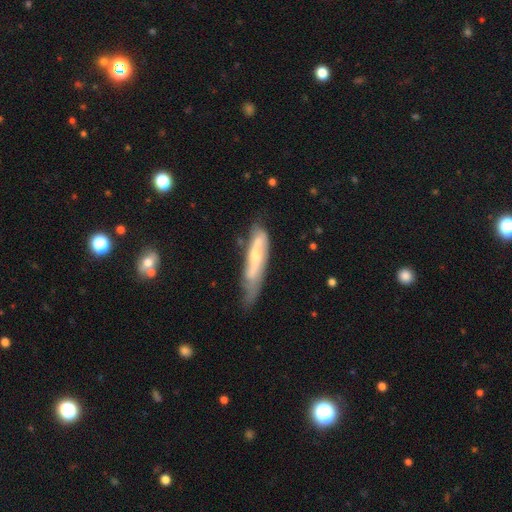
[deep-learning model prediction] Overall: featured or disk (56%; smooth 34%). Edge-on disk: yes (65%; no 35%). Merging: none (63%; minor disturbance 25%).